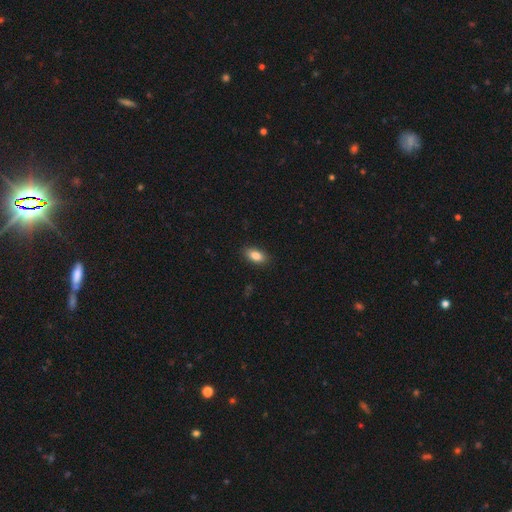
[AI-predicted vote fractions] Smooth or featured? smooth (85%)
How rounded? in between (90%)
Merging? none (88%)